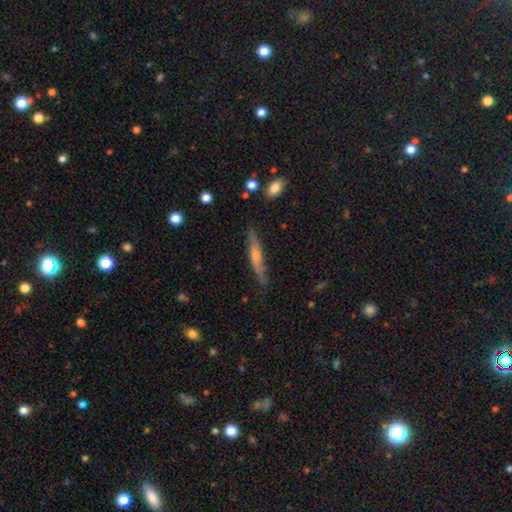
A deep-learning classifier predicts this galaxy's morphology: Smooth or featured? featured or disk (56%)
Edge-on disk? yes (92%)
Edge-on bulge? rounded (73%)
Merging? none (79%)